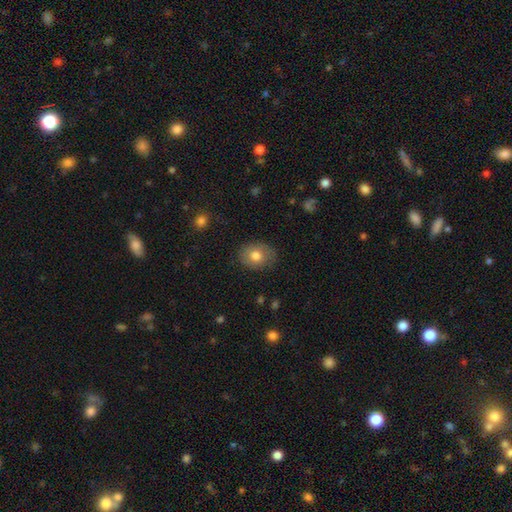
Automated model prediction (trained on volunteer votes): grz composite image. It shows a smooth galaxy with no disk features (76%) that is in between round and cigar-shaped (55%). Merging: none (80%).